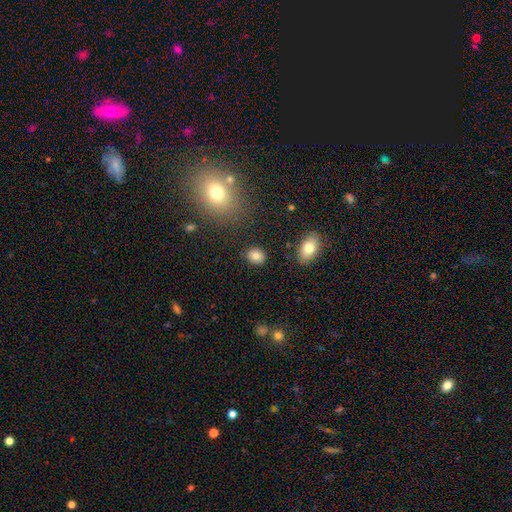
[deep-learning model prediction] smooth-or-featured: smooth: 83% | star or artifact: 10% | featured or disk: 7%
  how-rounded: round: 61% | in between: 37% | cigar-shaped: 1%
  merging: none: 87% | minor disturbance: 8% | major disturbance: 3% | merger: 2%